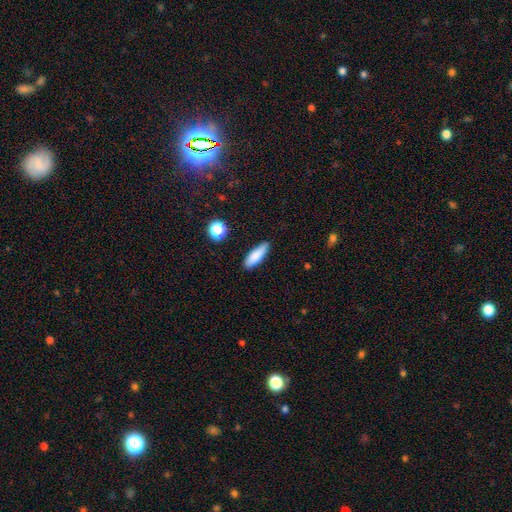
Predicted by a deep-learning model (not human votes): Smooth or featured? smooth (82%)
How rounded? cigar-shaped (51%)
Merging? none (84%)